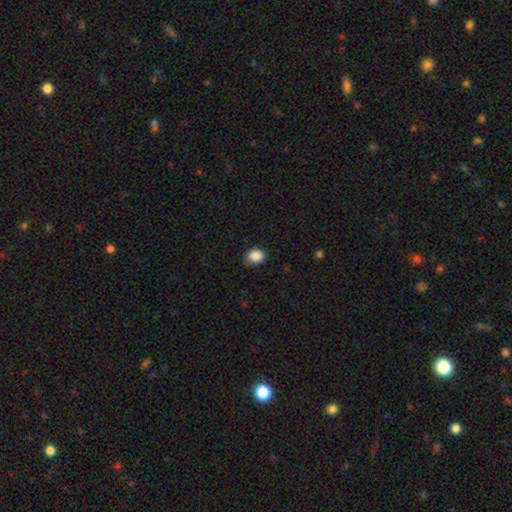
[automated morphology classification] Smooth or featured: smooth — 88% (star or artifact — 9%)
How rounded: in between — 60% (round — 39%)
Merging: none — 75% (minor disturbance — 21%)